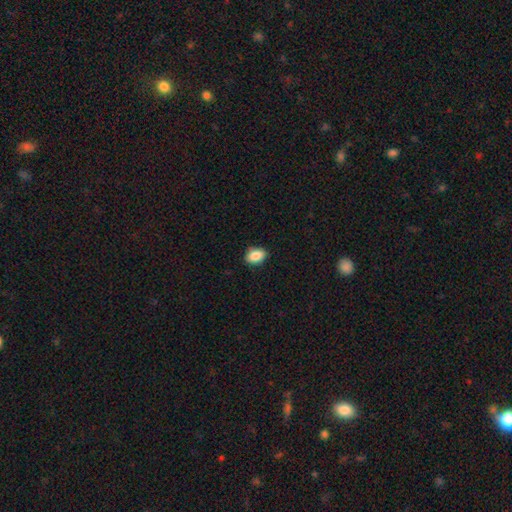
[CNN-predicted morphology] type=smooth (87%); roundness=in between (82%); merging=none (85%).